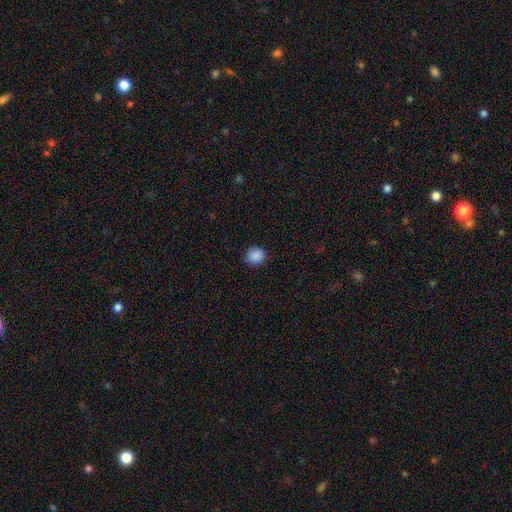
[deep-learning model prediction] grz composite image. It shows a smooth galaxy with no disk features (88%) that is round (85%). Merging: none (88%).